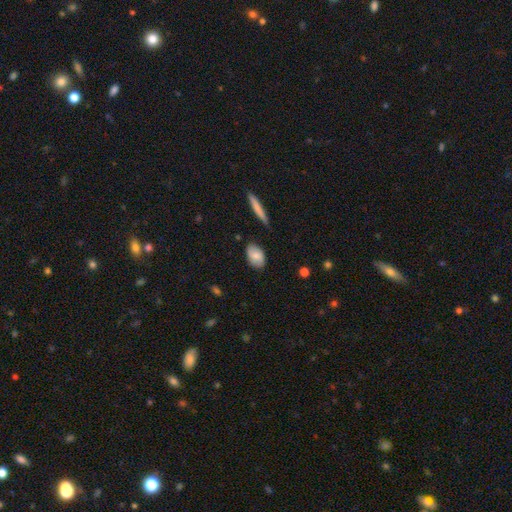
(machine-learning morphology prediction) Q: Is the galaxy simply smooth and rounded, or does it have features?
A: smooth — 73%.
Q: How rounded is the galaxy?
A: in between — 90%.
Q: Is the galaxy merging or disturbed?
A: none — 80%.